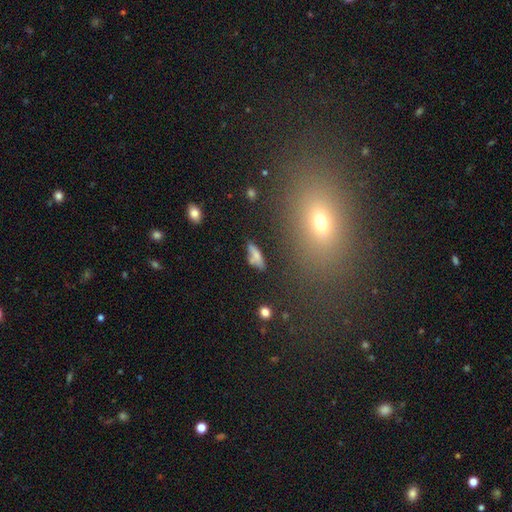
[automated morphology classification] Overall: smooth (64%; featured or disk 25%). How rounded: in between (55%; cigar-shaped 40%). Merging: none (58%; minor disturbance 22%).